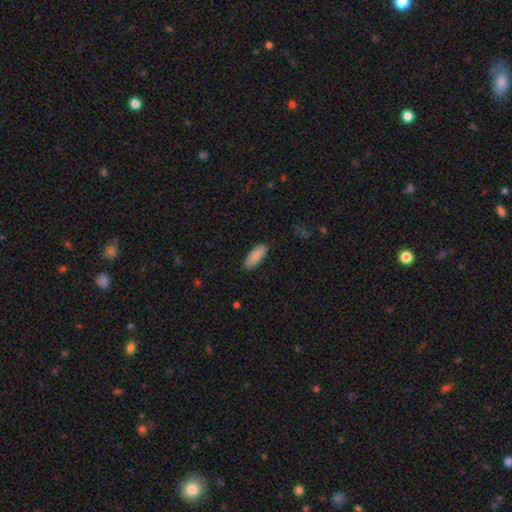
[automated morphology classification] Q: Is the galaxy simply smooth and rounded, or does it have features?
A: smooth — 89%.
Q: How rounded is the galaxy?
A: in between — 72%.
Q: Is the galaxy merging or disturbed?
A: none — 86%.